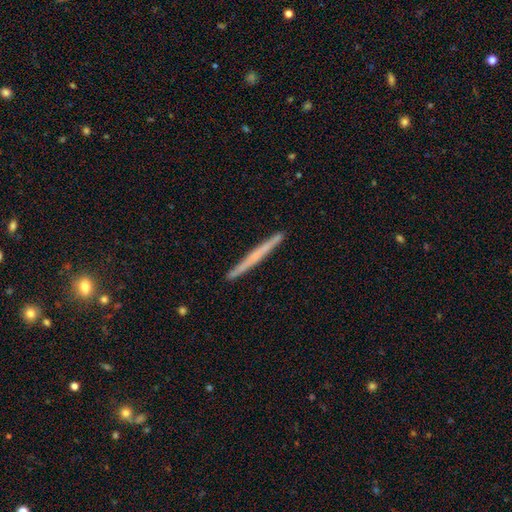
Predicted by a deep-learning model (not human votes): Overall: featured or disk (50%; smooth 44%). Edge-on disk: yes (97%). Merging: none (92%).